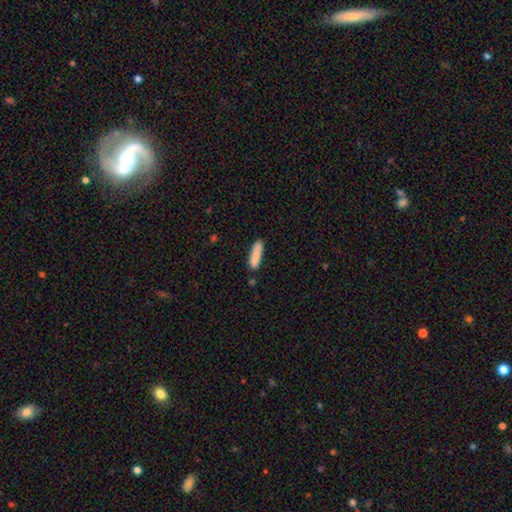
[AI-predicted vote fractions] Smooth or featured? smooth (86%)
How rounded? cigar-shaped (71%)
Merging? none (80%)